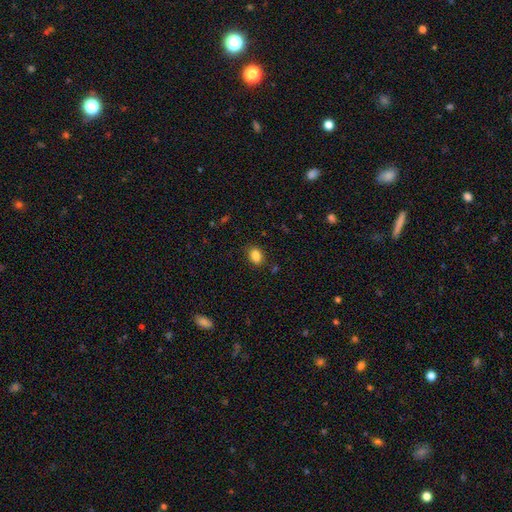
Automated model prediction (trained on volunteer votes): smooth_or_featured: smooth (p=0.86) [alt: star or artifact p=0.09]
how_rounded: in between (p=0.79) [alt: round p=0.19]
merging: none (p=0.84) [alt: minor disturbance p=0.11]